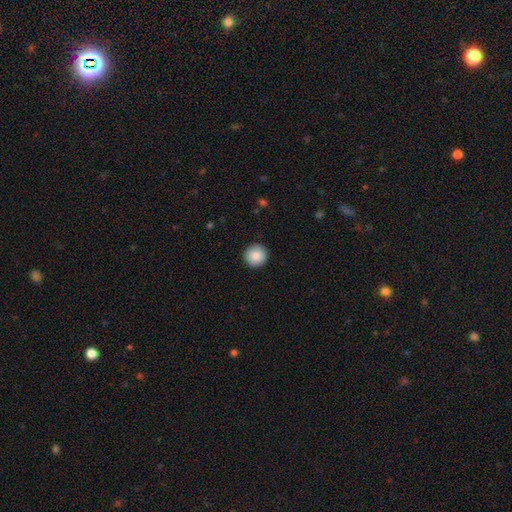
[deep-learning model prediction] Q: Smooth or featured?
A: smooth (88%); runner-up: star or artifact (7%)
Q: How rounded?
A: round (95%); runner-up: in between (4%)
Q: Merging?
A: none (92%); runner-up: minor disturbance (5%)